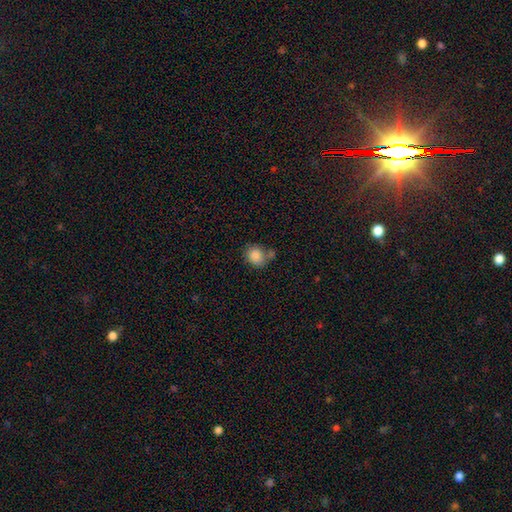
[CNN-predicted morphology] A smooth galaxy with no disk features (86%) that is round (64%). Merging: none (51%).